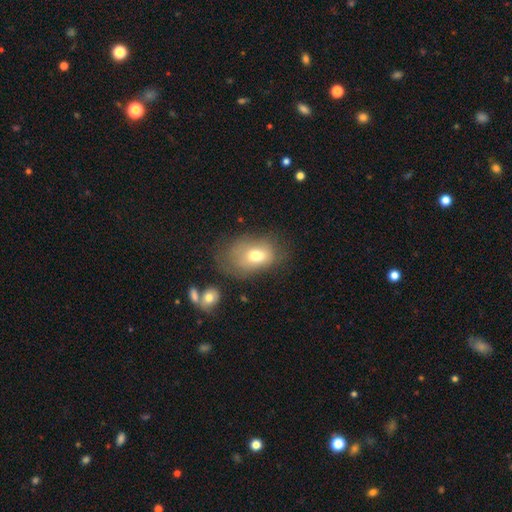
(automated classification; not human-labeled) Morphology: type=smooth (70%); roundness=in between (79%); merging=none (44%).